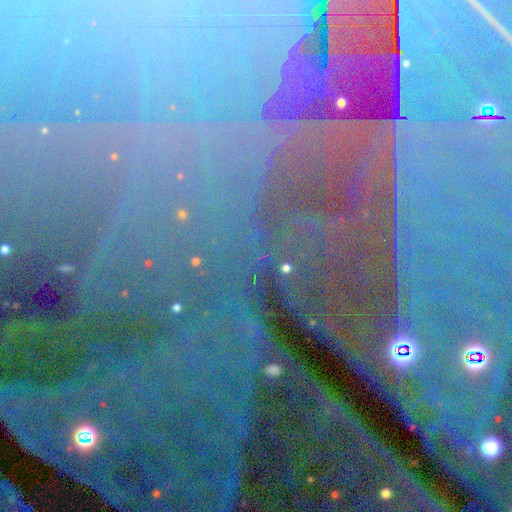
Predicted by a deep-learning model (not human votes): Smooth or featured: star or artifact — 83% (featured or disk — 10%)